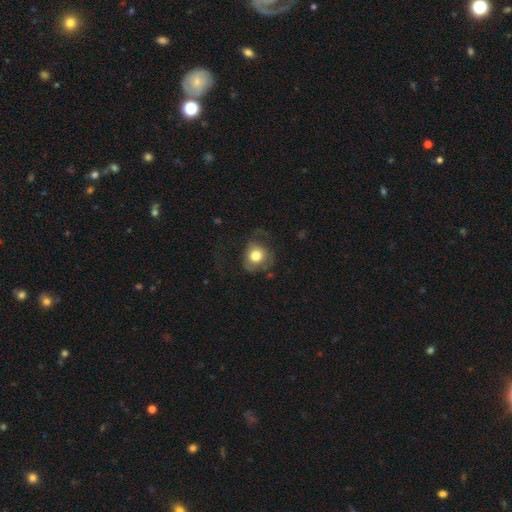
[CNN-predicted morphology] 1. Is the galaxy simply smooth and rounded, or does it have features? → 70% smooth, 21% featured or disk, 9% star or artifact.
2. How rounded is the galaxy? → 75% round, 24% in between, 1% cigar-shaped.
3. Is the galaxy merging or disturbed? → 46% none, 28% major disturbance, 25% minor disturbance, 2% merger.